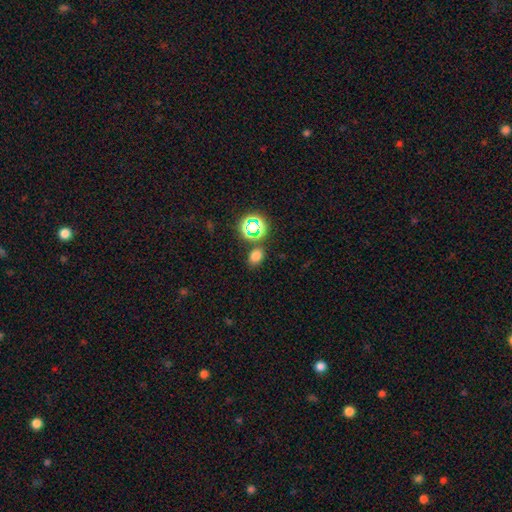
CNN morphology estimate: smooth 70%, star or artifact 25%, featured or disk 6%. Down the decision tree: how rounded — in between (59%); merging — none (80%).